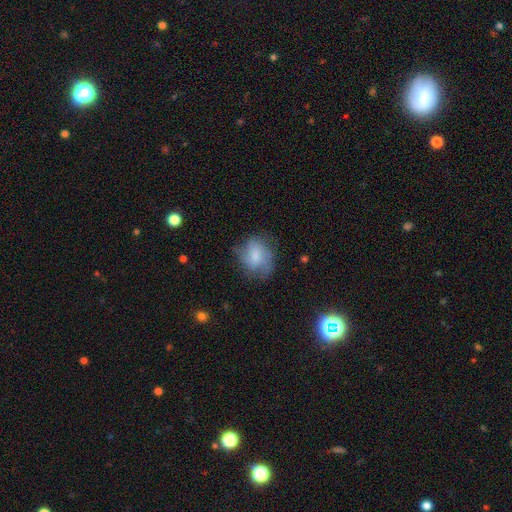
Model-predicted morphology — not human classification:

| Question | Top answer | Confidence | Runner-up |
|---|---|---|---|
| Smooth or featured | smooth | 59% | featured or disk (33%) |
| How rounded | round | 52% | in between (47%) |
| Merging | none | 58% | minor disturbance (27%) |